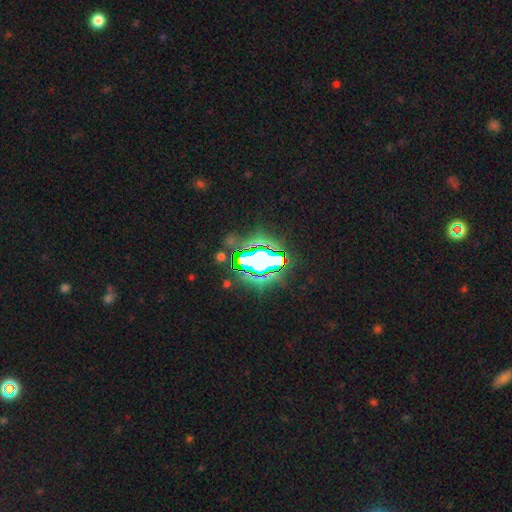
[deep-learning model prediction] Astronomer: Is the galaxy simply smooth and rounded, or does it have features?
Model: star or artifact — 80%.